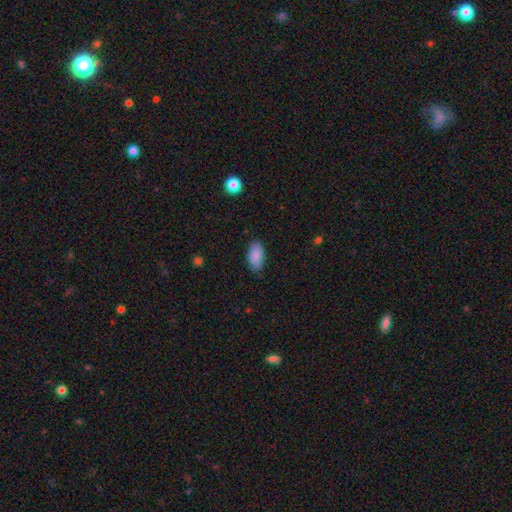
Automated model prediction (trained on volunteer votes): A smooth galaxy with no disk features (87%) that is in between round and cigar-shaped (94%). Merging: none (81%).